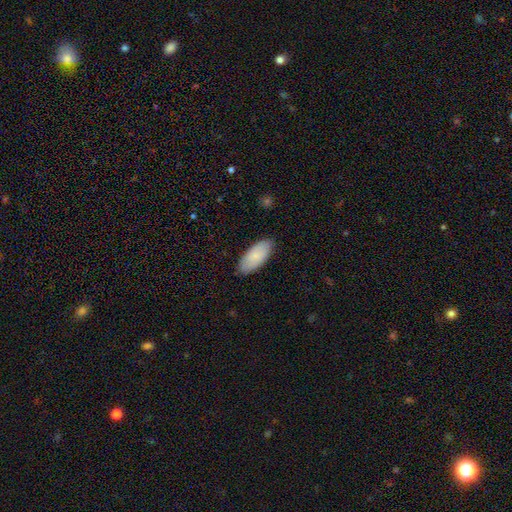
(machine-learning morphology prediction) Smooth or featured? Predicted: smooth (p=0.85). How rounded? Predicted: in between (p=0.88). Merging? Predicted: none (p=0.85).